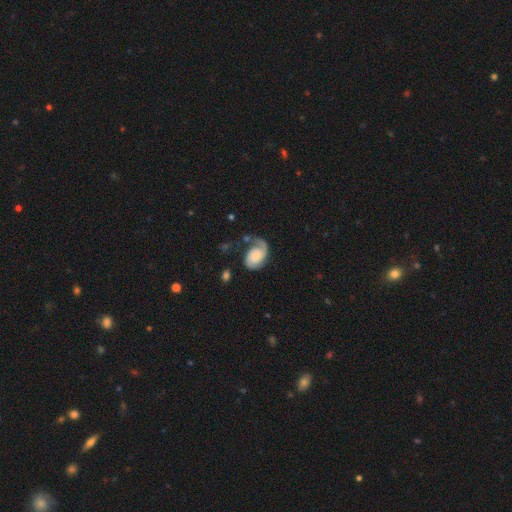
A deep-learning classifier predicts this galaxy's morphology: smooth-or-featured: featured or disk: 74% | smooth: 20% | star or artifact: 6%
  disk-edge-on: no: 97% | yes: 3%
    bar: no: 71% | weak: 25% | strong: 4%
    has-spiral-arms: yes: 94% | no: 6%
      spiral-winding: medium: 37% (tied) | tight: 37% (tied) | loose: 27%
      spiral-arm-count: 1: 51% | 2: 40% | can't tell: 6% | 3: 2% | 4: 1% | more than 4: 1%
    bulge-size: small: 48% | moderate: 29% | none: 13% | large: 7% | dominant: 2%
  merging: none: 45% | major disturbance: 27% | minor disturbance: 23% | merger: 5%